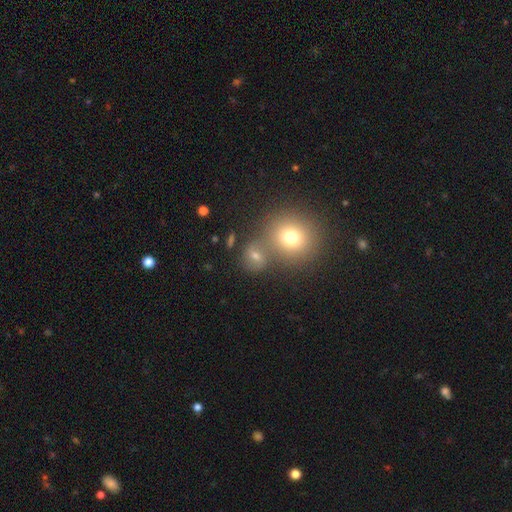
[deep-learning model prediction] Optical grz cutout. It shows a smooth galaxy with no disk features (58%) that is round (77%). Merging: none (53%).